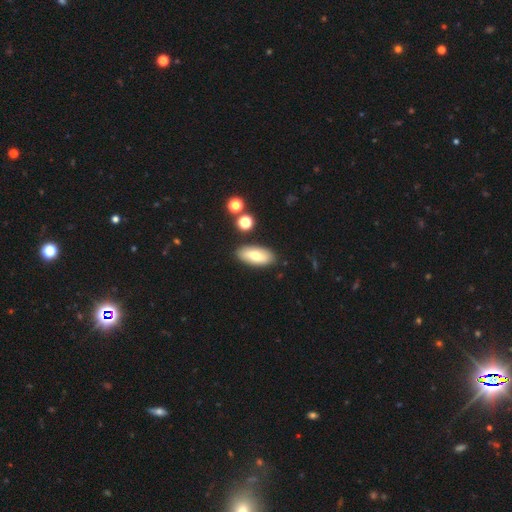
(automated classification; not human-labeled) Morphology: type=smooth (67%); roundness=in between (87%); merging=none (85%).